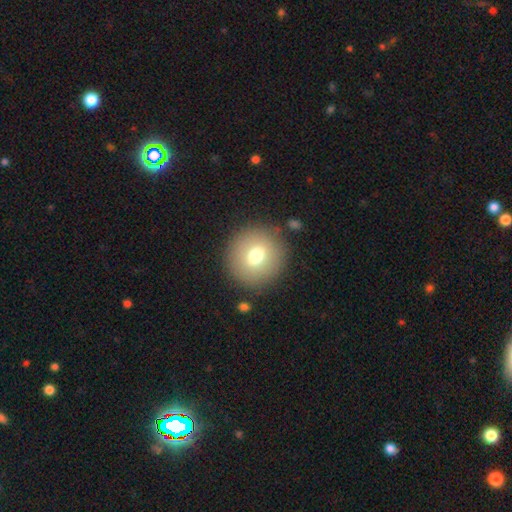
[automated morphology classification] This appears to be a smooth galaxy with no disk features (70%) that is round (91%). Merging: none (86%).